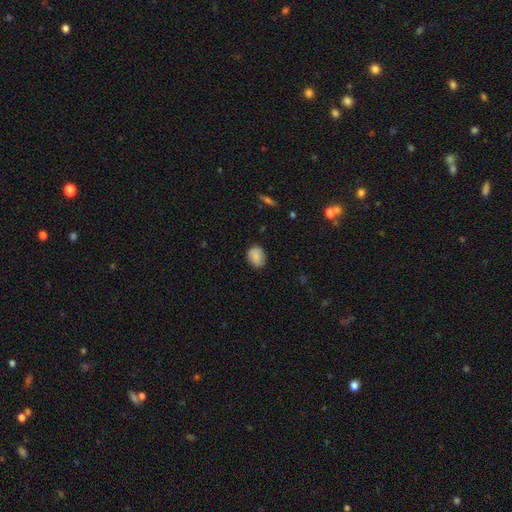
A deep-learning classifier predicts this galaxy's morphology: Q: Smooth or featured?
A: smooth (86%); runner-up: star or artifact (8%)
Q: How rounded?
A: in between (57%); runner-up: round (42%)
Q: Merging?
A: none (80%); runner-up: minor disturbance (16%)